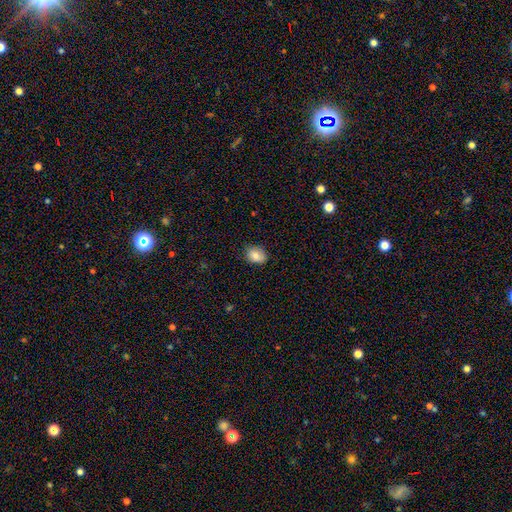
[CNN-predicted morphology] smooth_or_featured: smooth (p=0.84) [alt: star or artifact p=0.08]
how_rounded: in between (p=0.62) [alt: round p=0.37]
merging: none (p=0.82) [alt: minor disturbance p=0.15]